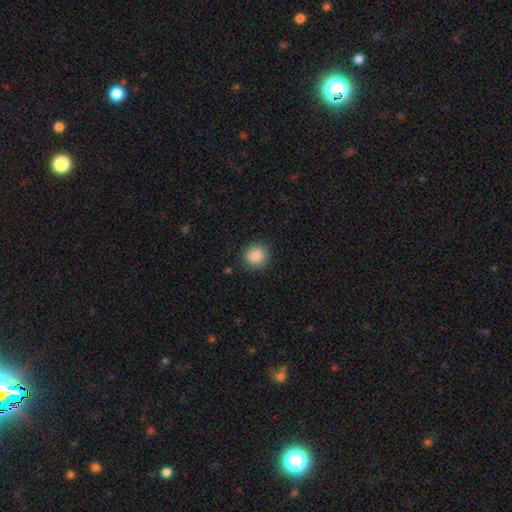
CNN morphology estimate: smooth 88%, star or artifact 9%, featured or disk 3%. Down the decision tree: how rounded — round (92%); merging — none (89%).